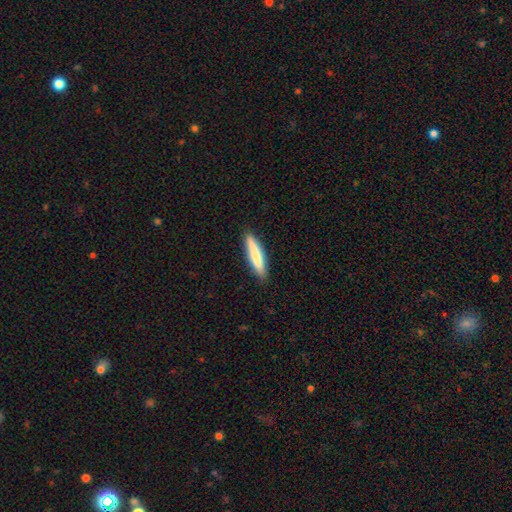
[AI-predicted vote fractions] A smooth galaxy with no disk features (77%) that is cigar-shaped (86%).

Vote fractions:
- Smooth or featured? smooth: 77% / featured or disk: 18% / star or artifact: 6%
- How rounded? cigar-shaped: 86% / in between: 13% / round: 1%
- Merging? none: 88% / minor disturbance: 9% / major disturbance: 2% / merger: 1%